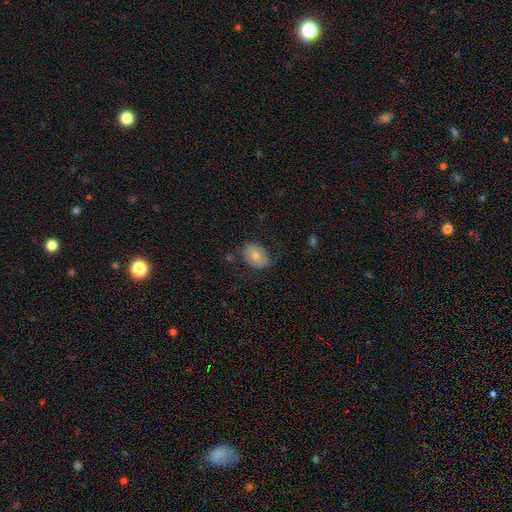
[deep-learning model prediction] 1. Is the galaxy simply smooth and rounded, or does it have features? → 71% smooth, 22% featured or disk, 8% star or artifact.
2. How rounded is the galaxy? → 76% in between, 23% round, 1% cigar-shaped.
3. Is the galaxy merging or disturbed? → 64% none, 24% minor disturbance, 10% major disturbance, 2% merger.